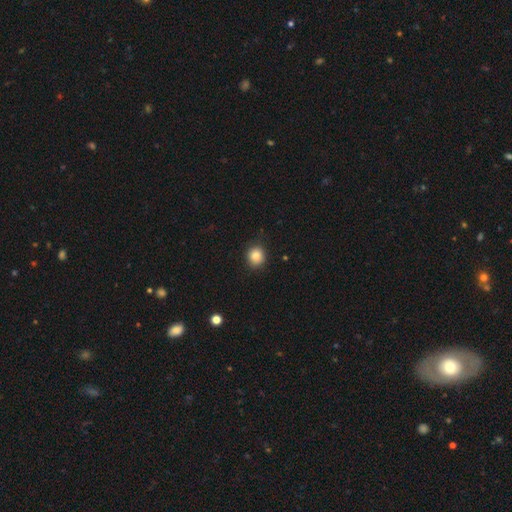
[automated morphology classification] smooth-or-featured: smooth: 84% | star or artifact: 10% | featured or disk: 6%
  how-rounded: round: 83% | in between: 16% | cigar-shaped: 1%
  merging: none: 87% | minor disturbance: 10% | major disturbance: 2% | merger: 1%